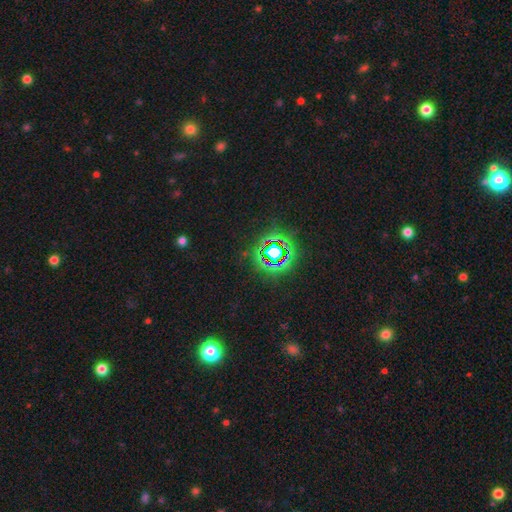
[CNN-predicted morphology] The model was most divided on "smooth or featured": star or artifact: 73%, smooth: 19%, featured or disk: 8%.